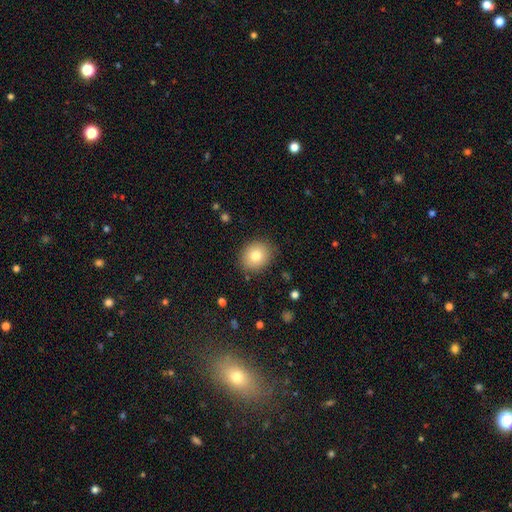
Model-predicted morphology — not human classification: Smooth or featured? Predicted: smooth (p=0.80). How rounded? Predicted: round (p=0.66). Merging? Predicted: none (p=0.86).